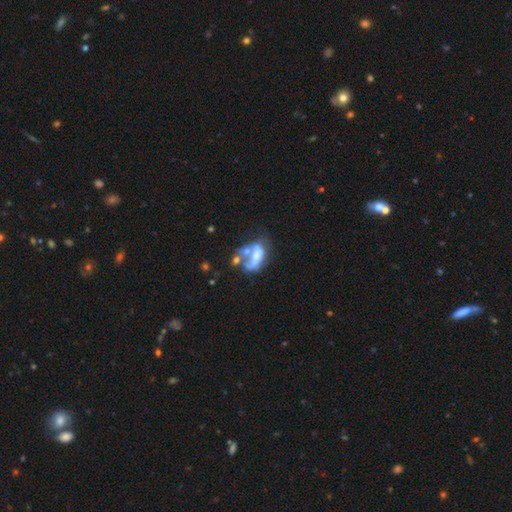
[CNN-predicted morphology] Overall: featured or disk (53%; smooth 36%). Edge-on disk: no (96%). Bar: no (82%). Spiral arms: no (89%). Bulge size: none (41%; moderate 28%). Merging: merger (38%; major disturbance 28%).